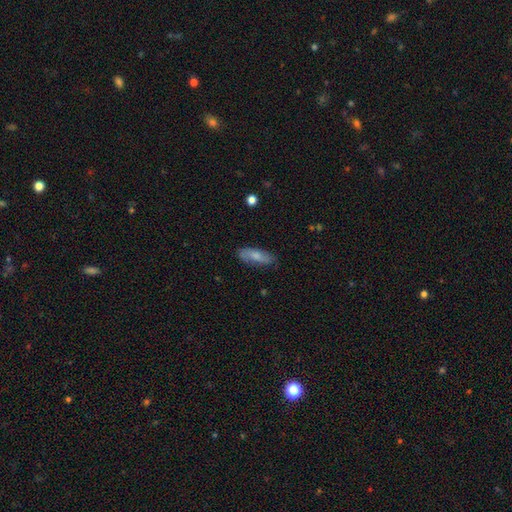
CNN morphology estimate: This is likely a smooth galaxy (69%). How rounded: likely in between (62%). Merging: likely none (79%).